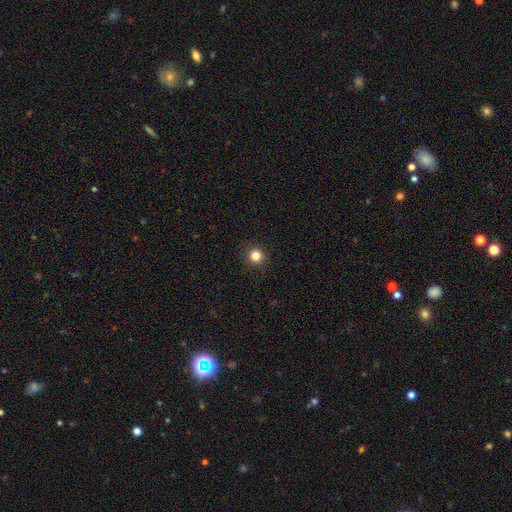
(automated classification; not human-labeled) smooth_or_featured: smooth (p=0.83) [alt: star or artifact p=0.13]
how_rounded: round (p=0.95) [alt: in between p=0.04]
merging: none (p=0.92) [alt: minor disturbance p=0.05]